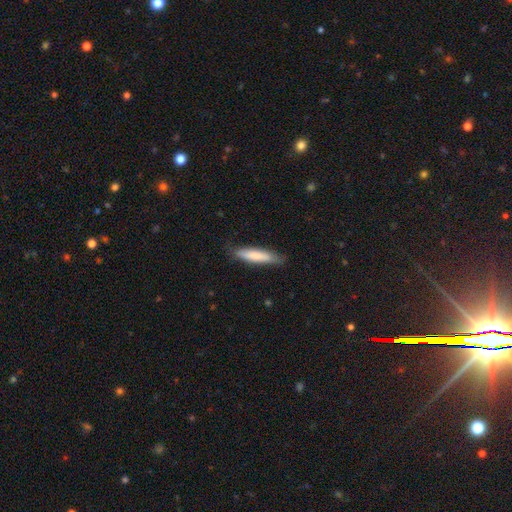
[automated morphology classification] Smooth or featured? Predicted: smooth (p=0.78). How rounded? Predicted: cigar-shaped (p=0.83). Merging? Predicted: none (p=0.77).